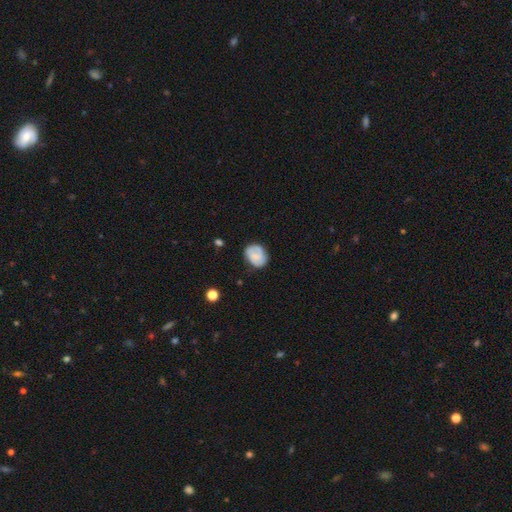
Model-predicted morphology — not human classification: The model was most divided on "how rounded": in between: 55%, round: 44%, cigar-shaped: 1%. More confident: merging — none (72%); smooth or featured — smooth (62%).